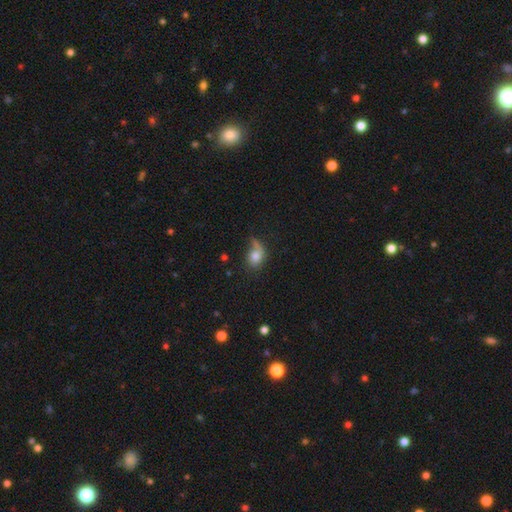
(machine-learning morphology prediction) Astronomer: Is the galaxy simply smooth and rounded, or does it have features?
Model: smooth — 72%.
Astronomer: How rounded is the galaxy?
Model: in between — 56% (runner-up: round, 42%).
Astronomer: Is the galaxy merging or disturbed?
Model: none — 36% (runner-up: major disturbance, 28%).